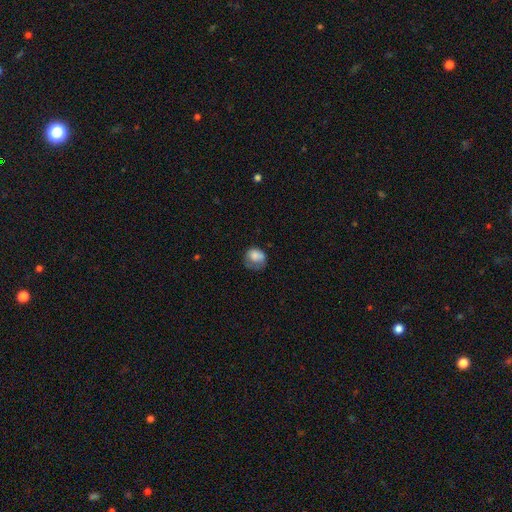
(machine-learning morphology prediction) Smooth or featured? smooth (75%)
How rounded? round (70%)
Merging? none (40%)